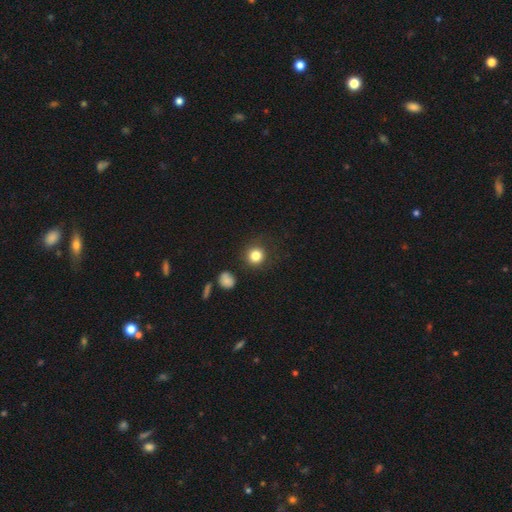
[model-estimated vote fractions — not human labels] Morphology: type=smooth (83%); roundness=round (91%); merging=none (86%).